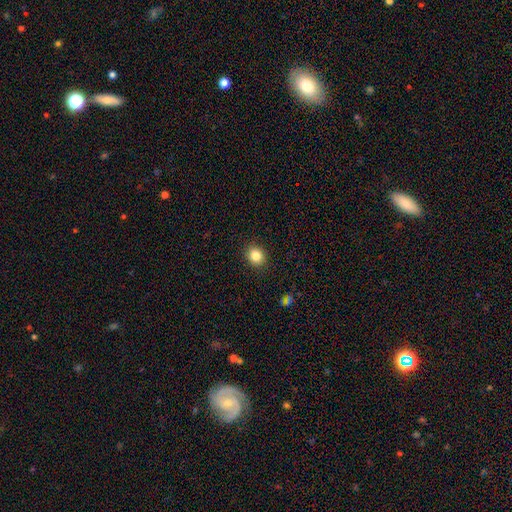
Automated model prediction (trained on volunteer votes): smooth 83%, star or artifact 11%, featured or disk 6%. Down the decision tree: how rounded — round (75%); merging — none (91%).